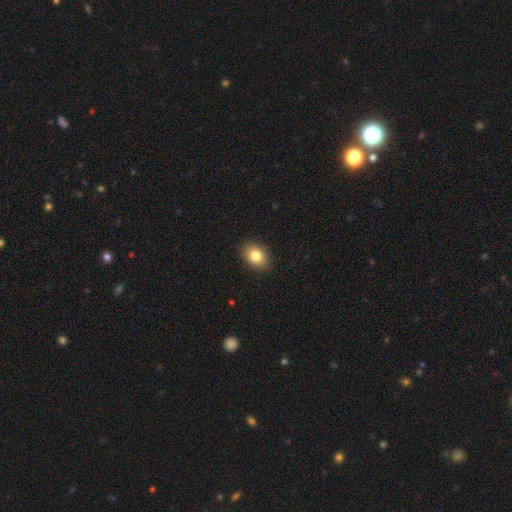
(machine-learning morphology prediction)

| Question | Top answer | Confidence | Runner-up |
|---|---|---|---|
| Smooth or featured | smooth | 83% | star or artifact (9%) |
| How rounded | in between | 72% | round (27%) |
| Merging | none | 89% | minor disturbance (8%) |